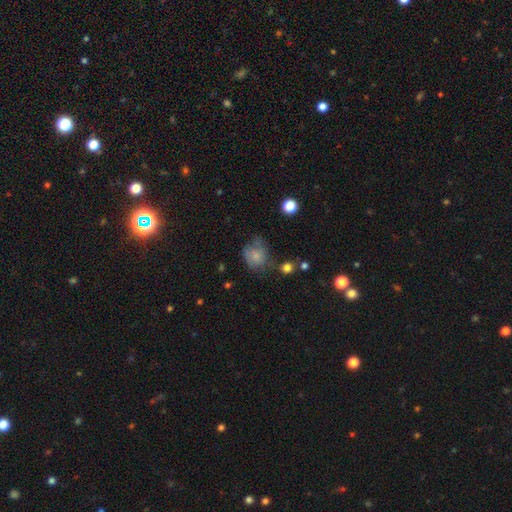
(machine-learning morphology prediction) Smooth or featured?
  - smooth: 72% *
  - featured or disk: 18%
  - star or artifact: 11%
How rounded?
  - round: 63% *
  - in between: 36%
  - cigar-shaped: 1%
Merging?
  - none: 42% *
  - minor disturbance: 31%
  - major disturbance: 21%
  - merger: 7%